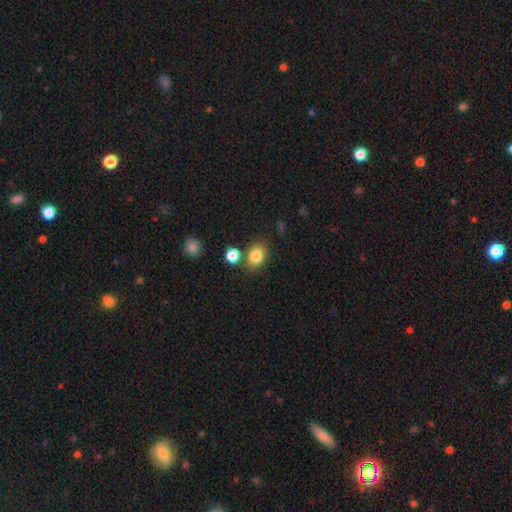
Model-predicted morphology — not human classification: This appears to be a smooth galaxy with no disk features (84%) that is in between round and cigar-shaped (55%). Merging: none (72%).